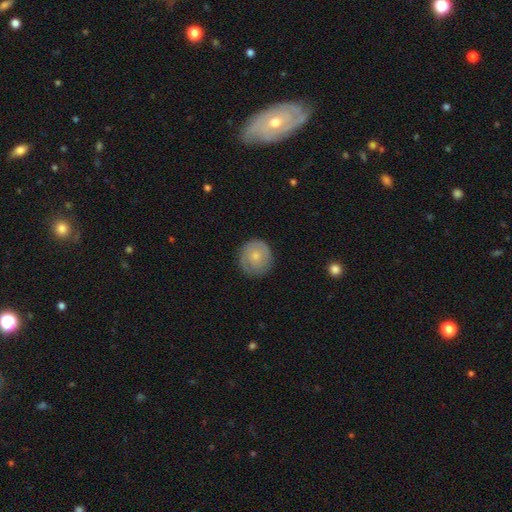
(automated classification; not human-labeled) smooth_or_featured: smooth (p=0.57) [alt: featured or disk p=0.37]
how_rounded: round (p=0.94) [alt: in between p=0.05]
merging: none (p=0.84) [alt: minor disturbance p=0.12]